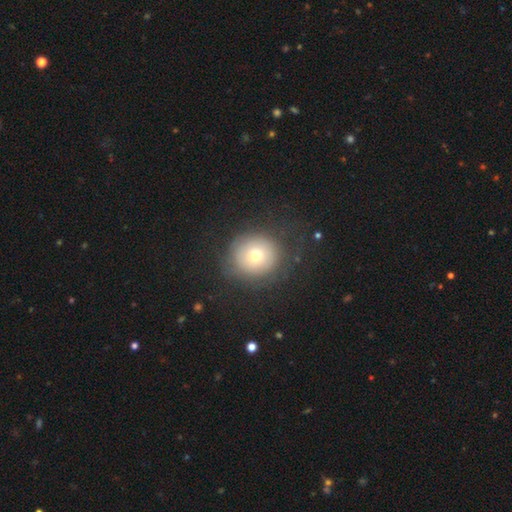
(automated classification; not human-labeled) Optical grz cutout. It shows a smooth galaxy with no disk features (69%) that is round (90%). Merging: none (77%).